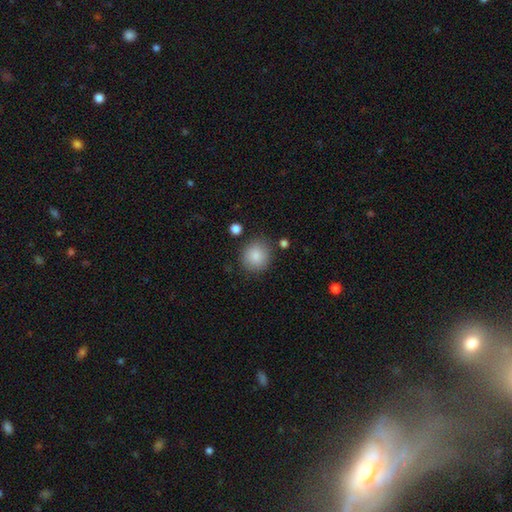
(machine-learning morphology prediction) Q: Smooth or featured?
A: smooth (87%); runner-up: star or artifact (8%)
Q: How rounded?
A: round (86%); runner-up: in between (13%)
Q: Merging?
A: none (83%); runner-up: minor disturbance (11%)